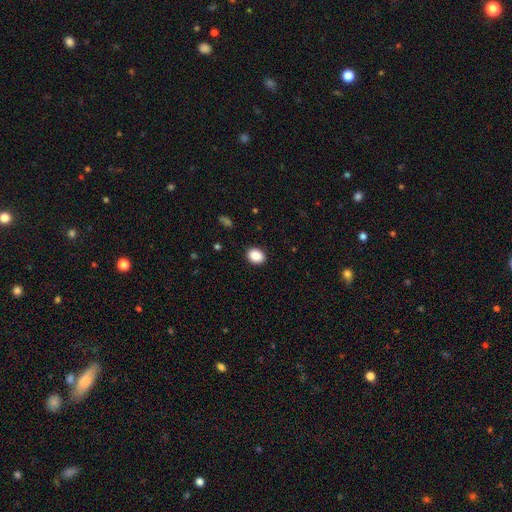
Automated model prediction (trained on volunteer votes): The model was most divided on "how rounded": in between: 59%, round: 41%, cigar-shaped: 1%. More confident: merging — none (90%); smooth or featured — smooth (89%).